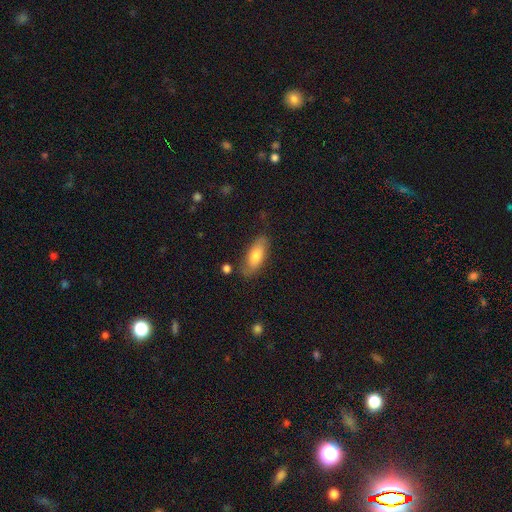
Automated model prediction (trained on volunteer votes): This is likely a smooth galaxy (75%). How rounded: likely in between (79%). Merging: likely none (76%).